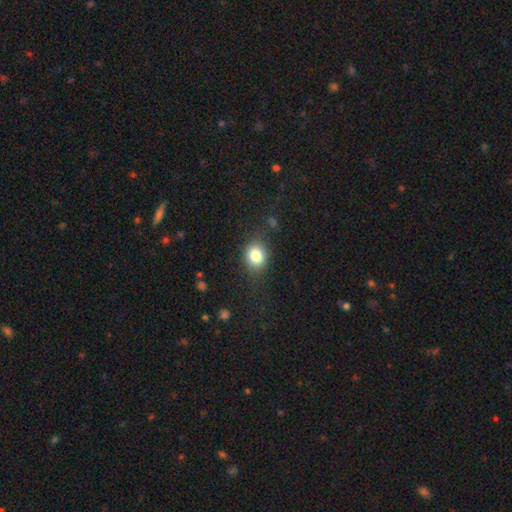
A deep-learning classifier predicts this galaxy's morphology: smooth 82%, star or artifact 10%, featured or disk 8%. Down the decision tree: how rounded — round (58%); merging — none (80%).